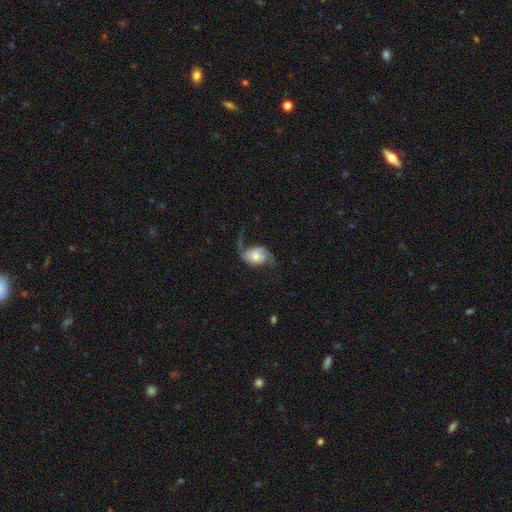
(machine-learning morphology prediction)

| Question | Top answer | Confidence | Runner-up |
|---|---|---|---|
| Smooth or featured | featured or disk | 74% | smooth (19%) |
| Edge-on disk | no | 97% | yes (3%) |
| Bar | no | 65% | weak (27%) |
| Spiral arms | yes | 94% | no (6%) |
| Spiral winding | loose | 70% | medium (23%) |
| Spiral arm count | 2 | 85% | 1 (9%) |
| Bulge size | moderate | 35% | small (30%) |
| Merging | none | 51% | major disturbance (27%) |